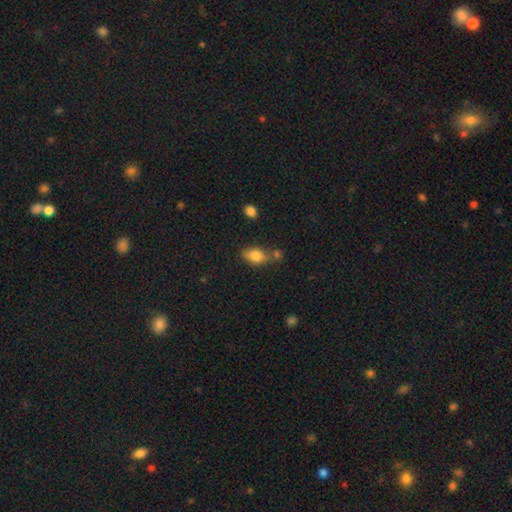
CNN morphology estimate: Smooth or featured?
  - smooth: 80% *
  - featured or disk: 12%
  - star or artifact: 8%
How rounded?
  - in between: 86% *
  - round: 8%
  - cigar-shaped: 6%
Merging?
  - none: 62% *
  - minor disturbance: 18%
  - merger: 15%
  - major disturbance: 5%